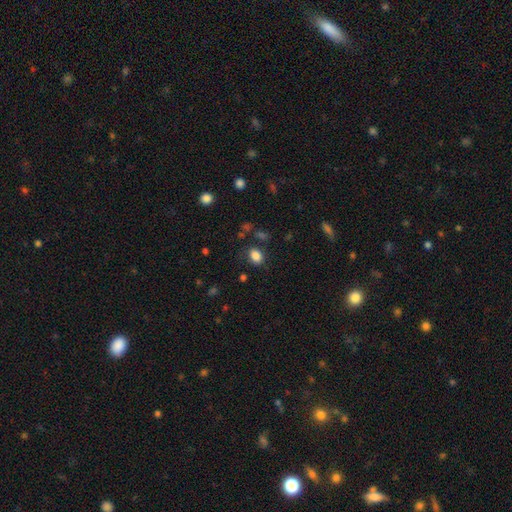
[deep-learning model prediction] This is clearly a smooth galaxy (84%). How rounded: likely in between (70%). Merging: likely none (78%).